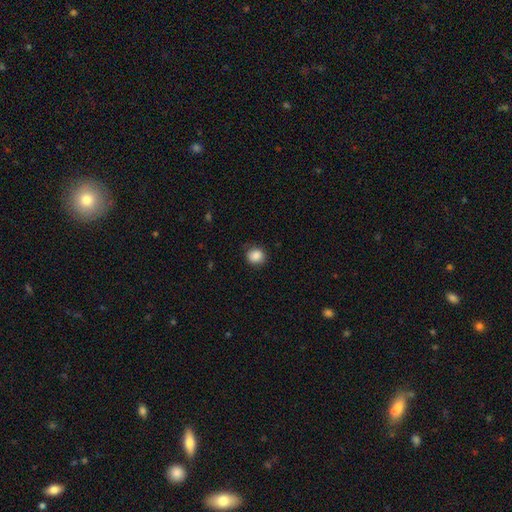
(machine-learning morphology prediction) Smooth or featured? smooth (87%)
How rounded? round (80%)
Merging? none (82%)